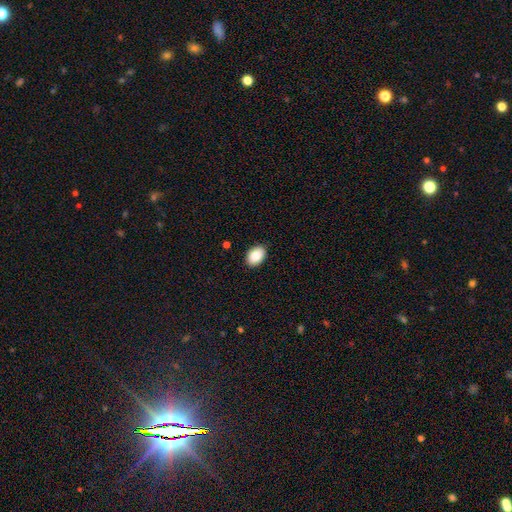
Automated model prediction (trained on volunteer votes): smooth_or_featured: smooth (p=0.89) [alt: star or artifact p=0.07]
how_rounded: in between (p=0.83) [alt: round p=0.16]
merging: none (p=0.89) [alt: minor disturbance p=0.08]